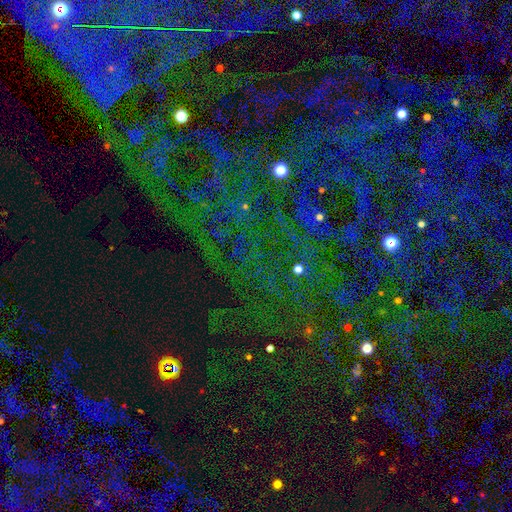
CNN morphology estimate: star or artifact 84%, smooth 8%, featured or disk 8%.